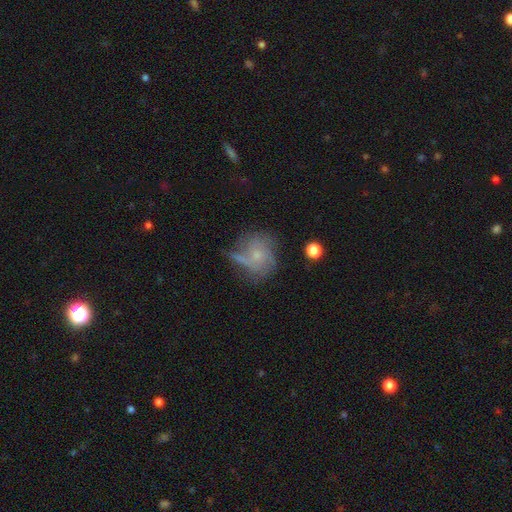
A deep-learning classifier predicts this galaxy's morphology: This appears to be a featured or disk galaxy (52%). Merging: none (47%).